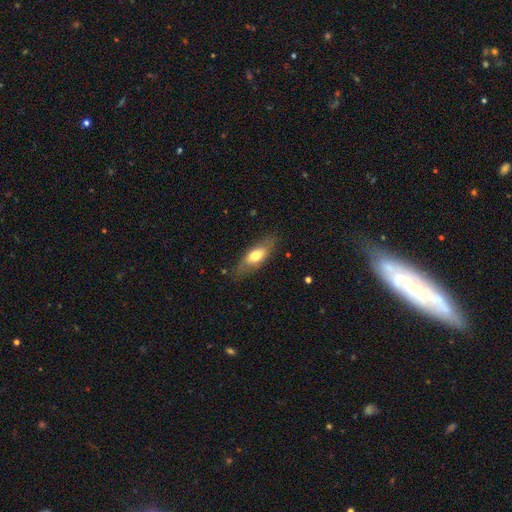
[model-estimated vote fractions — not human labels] Overall: smooth (61%; featured or disk 32%). How rounded: in between (78%). Merging: none (75%).